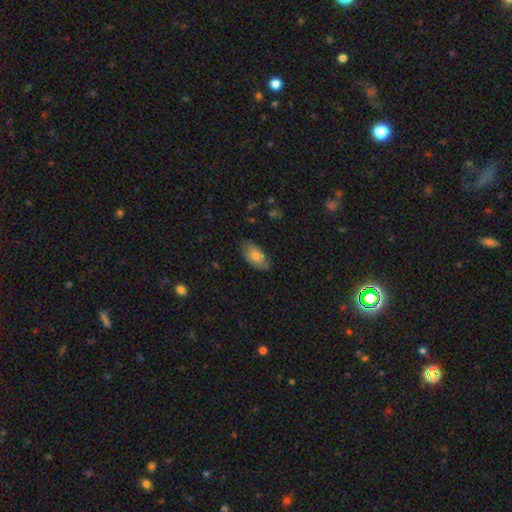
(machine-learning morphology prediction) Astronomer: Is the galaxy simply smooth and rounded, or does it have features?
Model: smooth — 78%.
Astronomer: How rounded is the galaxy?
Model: in between — 93%.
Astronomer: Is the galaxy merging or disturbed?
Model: none — 77%.